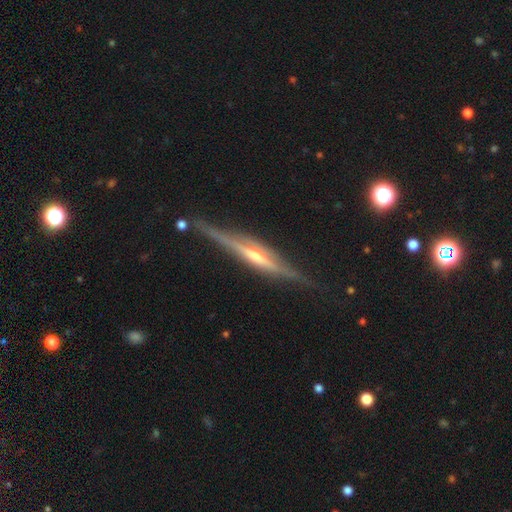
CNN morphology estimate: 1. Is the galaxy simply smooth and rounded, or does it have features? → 85% featured or disk, 9% smooth, 6% star or artifact.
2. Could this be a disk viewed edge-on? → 97% yes, 3% no.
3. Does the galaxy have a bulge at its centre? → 67% rounded, 17% none, 16% boxy.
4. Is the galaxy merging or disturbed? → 84% none, 12% minor disturbance, 3% major disturbance, 2% merger.